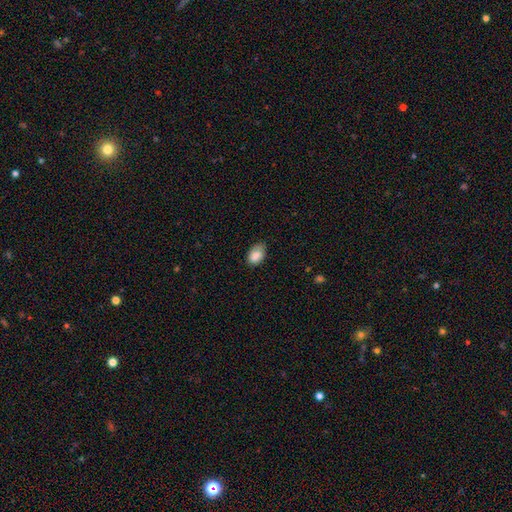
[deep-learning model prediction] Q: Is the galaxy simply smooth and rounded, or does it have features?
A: smooth — 86%.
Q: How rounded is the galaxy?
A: in between — 87%.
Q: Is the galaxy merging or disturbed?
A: none — 66%.